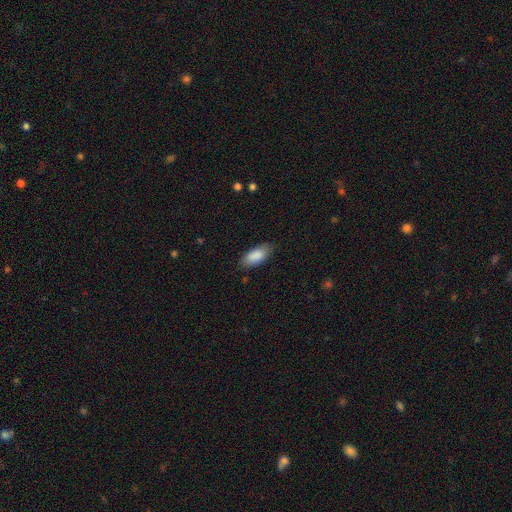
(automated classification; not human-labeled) A smooth galaxy with no disk features (88%) that is in between round and cigar-shaped (87%).

Vote fractions:
- Smooth or featured? smooth: 88% / star or artifact: 6% / featured or disk: 6%
- How rounded? in between: 87% / cigar-shaped: 12% / round: 2%
- Merging? none: 81% / minor disturbance: 15% / major disturbance: 3% / merger: 1%